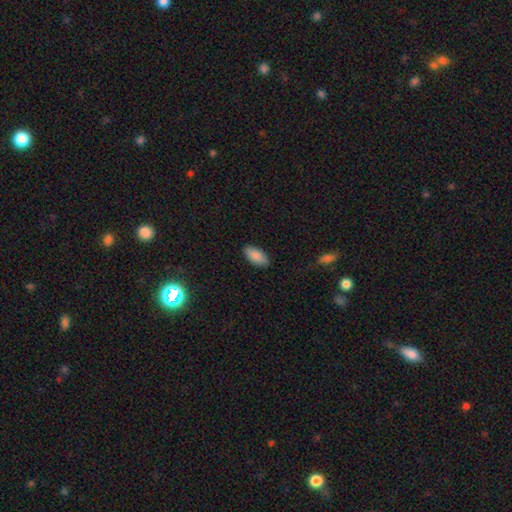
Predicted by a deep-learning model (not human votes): Q: Smooth or featured?
A: smooth (87%); runner-up: star or artifact (7%)
Q: How rounded?
A: in between (91%); runner-up: cigar-shaped (7%)
Q: Merging?
A: none (88%); runner-up: minor disturbance (9%)